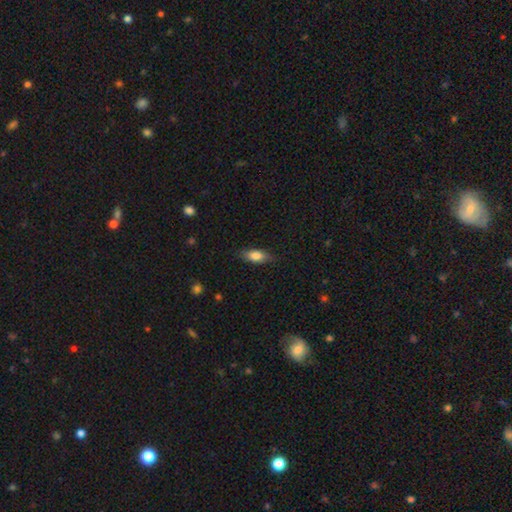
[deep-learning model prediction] A smooth galaxy with no disk features (78%) that is in between round and cigar-shaped (79%). Merging: none (81%).